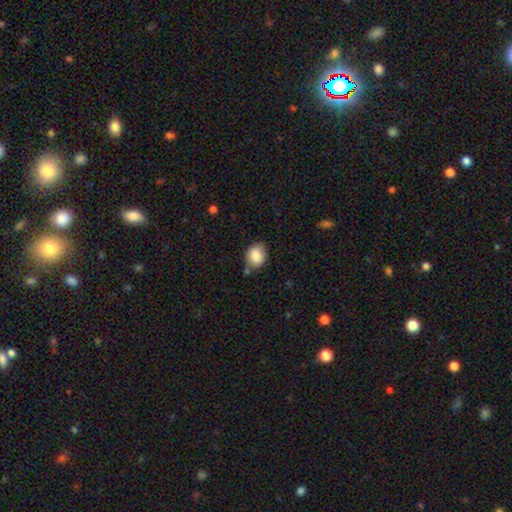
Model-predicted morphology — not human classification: smooth-or-featured: smooth: 86% | star or artifact: 8% | featured or disk: 6%
  how-rounded: in between: 53% | round: 46% | cigar-shaped: 1%
  merging: none: 74% | minor disturbance: 17% | merger: 6% | major disturbance: 4%